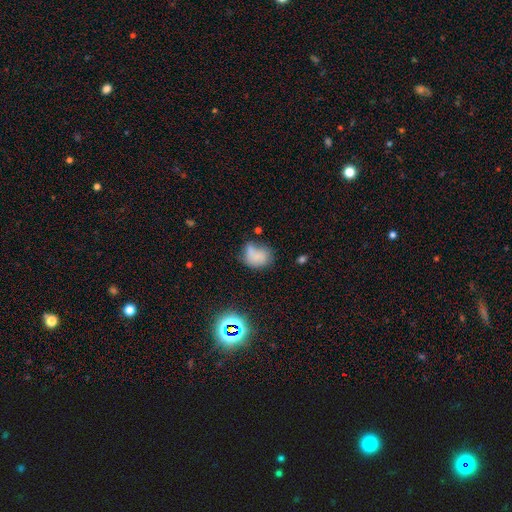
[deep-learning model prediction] Morphology: type=smooth (70%); roundness=in between (54%); merging=none (40%).